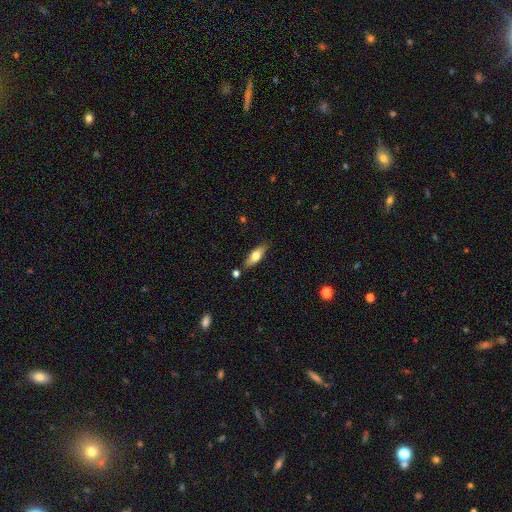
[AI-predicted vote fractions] smooth 66%, featured or disk 28%, star or artifact 6%. Down the decision tree: how rounded — in between (66%); merging — none (81%).